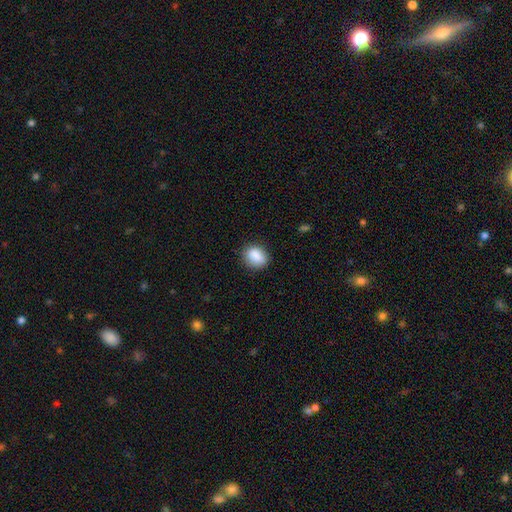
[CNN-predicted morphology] Smooth or featured?
  - smooth: 86% *
  - star or artifact: 8%
  - featured or disk: 6%
How rounded?
  - round: 53% *
  - in between: 45%
  - cigar-shaped: 1%
Merging?
  - none: 81% *
  - minor disturbance: 15%
  - major disturbance: 3%
  - merger: 1%